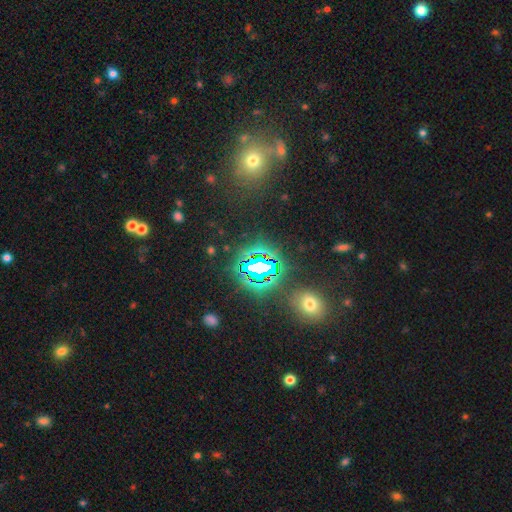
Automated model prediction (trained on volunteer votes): Smooth or featured? Predicted: star or artifact (p=0.67).